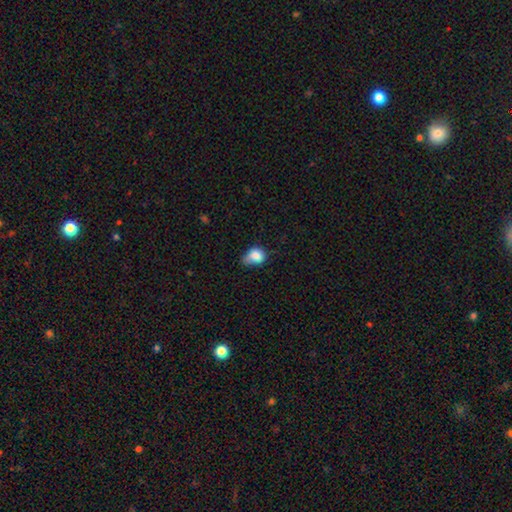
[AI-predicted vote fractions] A smooth galaxy with no disk features (82%) that is in between round and cigar-shaped (53%).

Vote fractions:
- Smooth or featured? smooth: 82% / star or artifact: 9% / featured or disk: 9%
- How rounded? in between: 53% / round: 46% / cigar-shaped: 1%
- Merging? minor disturbance: 47% / none: 27% / major disturbance: 18% / merger: 8%